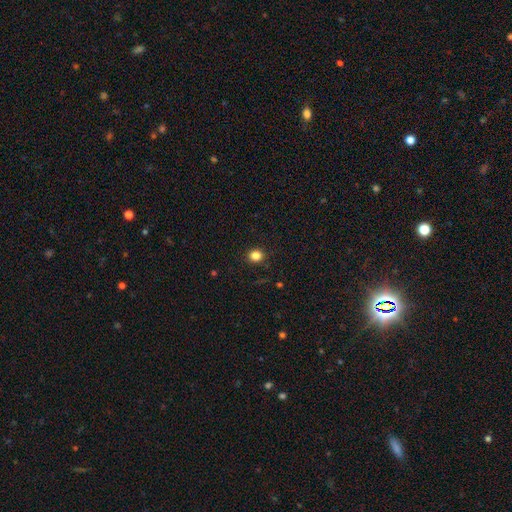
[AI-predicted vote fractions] Smooth or featured: smooth — 84% (star or artifact — 12%)
How rounded: round — 84% (in between — 15%)
Merging: none — 91% (minor disturbance — 6%)